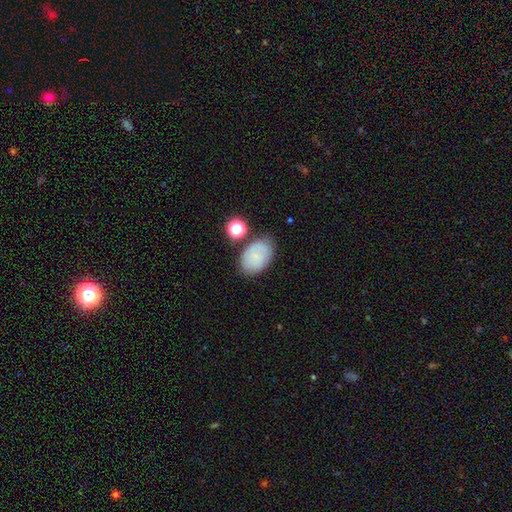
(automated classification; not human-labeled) Smooth or featured?
  - smooth: 67% *
  - featured or disk: 23%
  - star or artifact: 10%
How rounded?
  - in between: 85% *
  - round: 14%
  - cigar-shaped: 1%
Merging?
  - none: 67% *
  - minor disturbance: 19%
  - merger: 8%
  - major disturbance: 6%